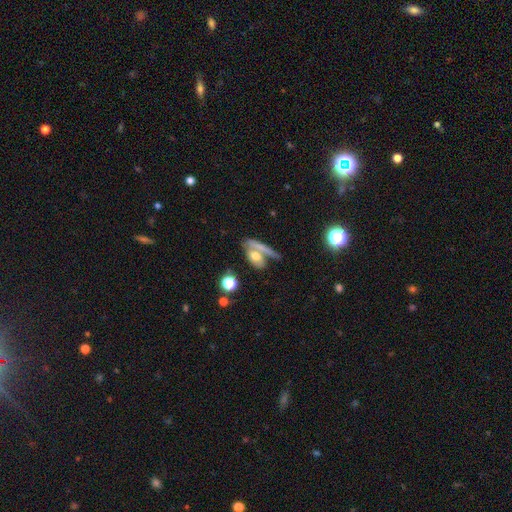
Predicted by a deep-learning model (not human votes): smooth 56%, featured or disk 35%, star or artifact 9%. Down the decision tree: how rounded — in between (64%); merging — merger (39%).